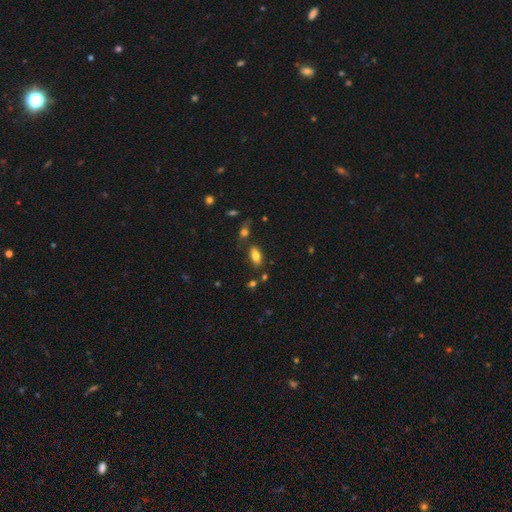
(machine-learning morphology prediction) Smooth or featured? smooth (79%)
How rounded? in between (90%)
Merging? none (74%)